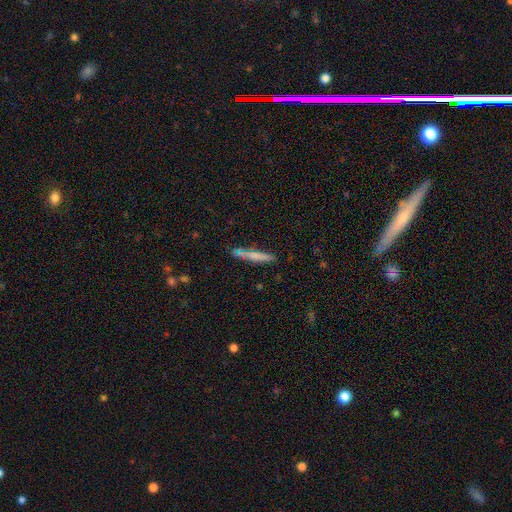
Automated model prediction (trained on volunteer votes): The model was most divided on "smooth or featured": smooth: 65%, featured or disk: 28%, star or artifact: 7%. More confident: how rounded — cigar-shaped (93%); merging — none (83%).